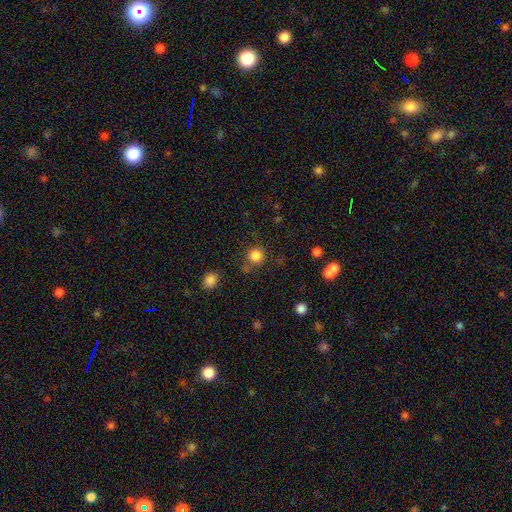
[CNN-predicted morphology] The model was most divided on "merging": none: 80%, minor disturbance: 10%, merger: 7%, major disturbance: 4%. More confident: how rounded — round (93%); smooth or featured — smooth (83%).